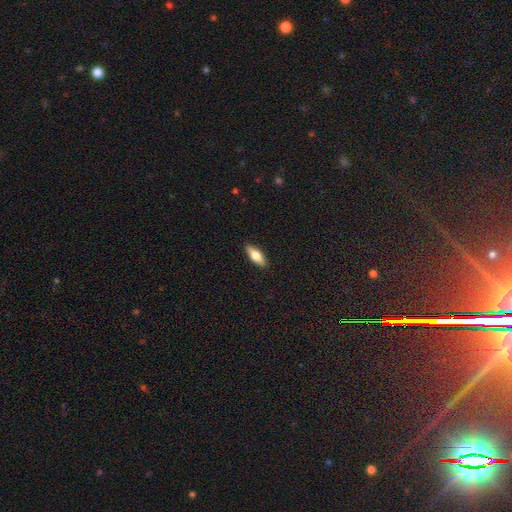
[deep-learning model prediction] This is likely a smooth galaxy (67%). How rounded: likely in between (64%). Merging: clearly none (89%).